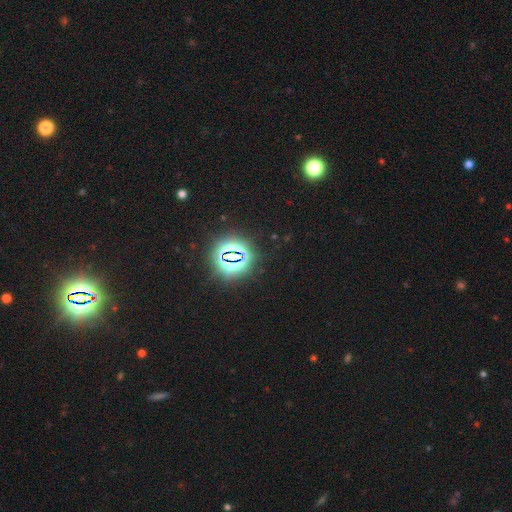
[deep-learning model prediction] The model was most divided on "smooth or featured": star or artifact: 69%, smooth: 26%, featured or disk: 5%.